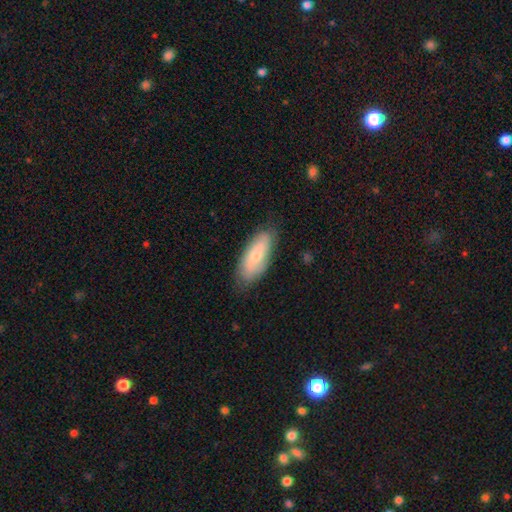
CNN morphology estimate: smooth_or_featured: smooth (p=0.60) [alt: featured or disk p=0.34]
how_rounded: in between (p=0.78) [alt: cigar-shaped p=0.20]
merging: none (p=0.79) [alt: minor disturbance p=0.17]